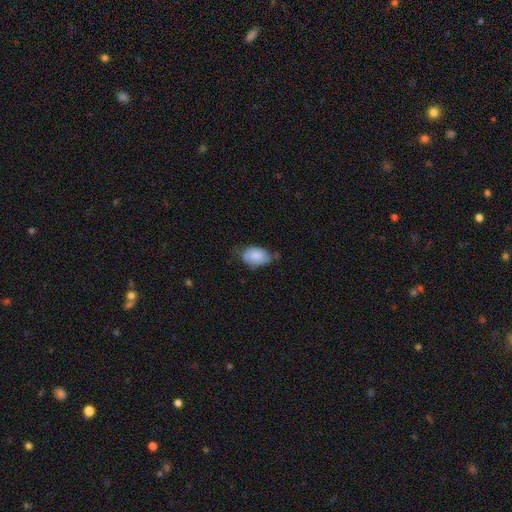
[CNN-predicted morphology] type=smooth (77%); roundness=in between (90%); merging=none (47%).